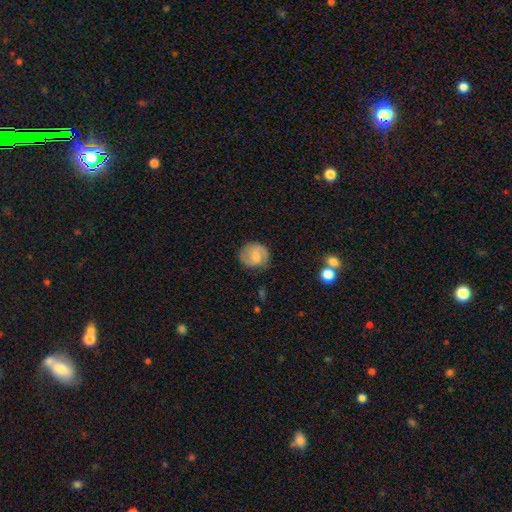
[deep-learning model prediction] This is possibly a featured or disk galaxy (49%). Merging: likely none (71%).